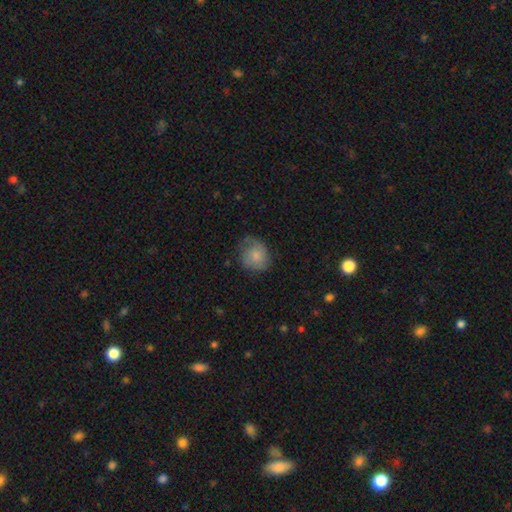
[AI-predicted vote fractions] A smooth galaxy with no disk features (68%) that is round (71%).

Vote fractions:
- Smooth or featured? smooth: 68% / featured or disk: 24% / star or artifact: 8%
- How rounded? round: 71% / in between: 28% / cigar-shaped: 1%
- Merging? none: 57% / minor disturbance: 30% / major disturbance: 12% / merger: 1%